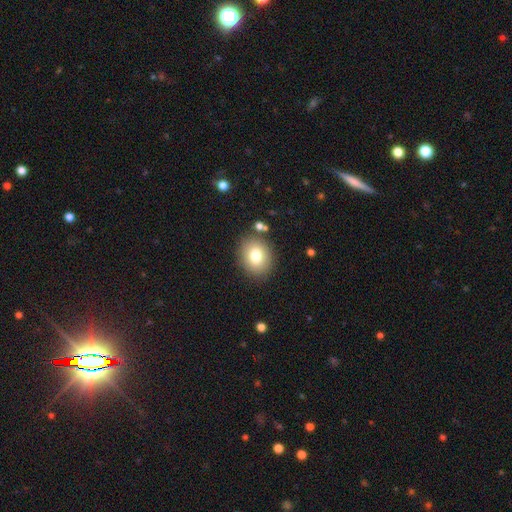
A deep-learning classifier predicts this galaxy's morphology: Overall: smooth (79%). How rounded: round (54%; in between 45%). Merging: none (84%).